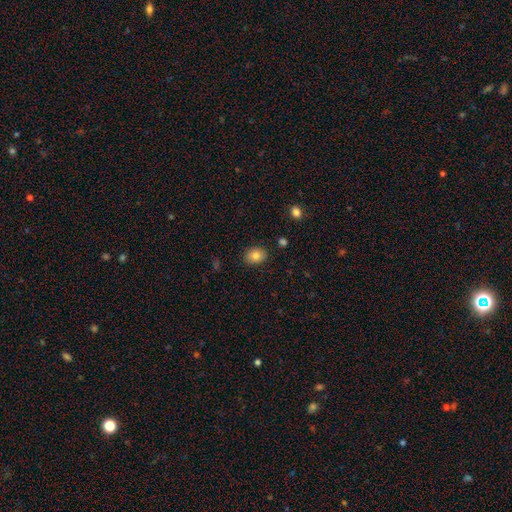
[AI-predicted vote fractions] Morphology: type=smooth (82%); roundness=in between (60%); merging=none (87%).